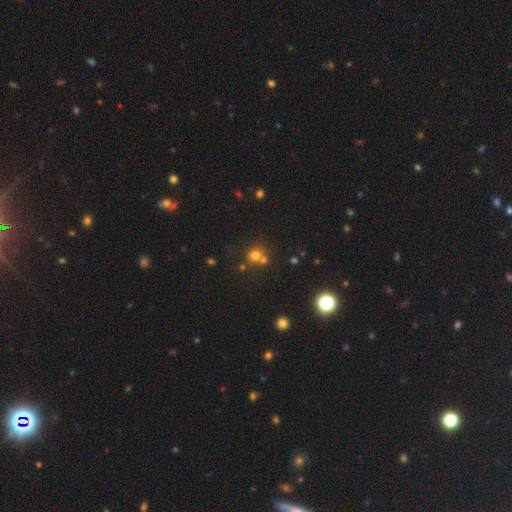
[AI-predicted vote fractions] Smooth or featured?
  - smooth: 69% *
  - star or artifact: 21%
  - featured or disk: 10%
How rounded?
  - round: 88% *
  - in between: 11%
  - cigar-shaped: 1%
Merging?
  - none: 57% *
  - merger: 33%
  - minor disturbance: 8%
  - major disturbance: 3%